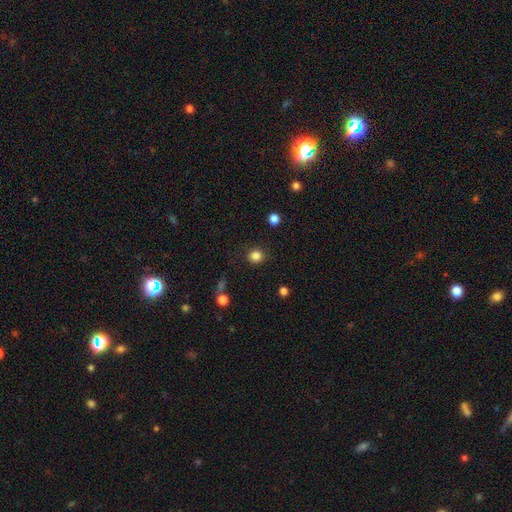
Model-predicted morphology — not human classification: Smooth or featured? Predicted: smooth (p=0.85). How rounded? Predicted: round (p=0.86). Merging? Predicted: none (p=0.87).